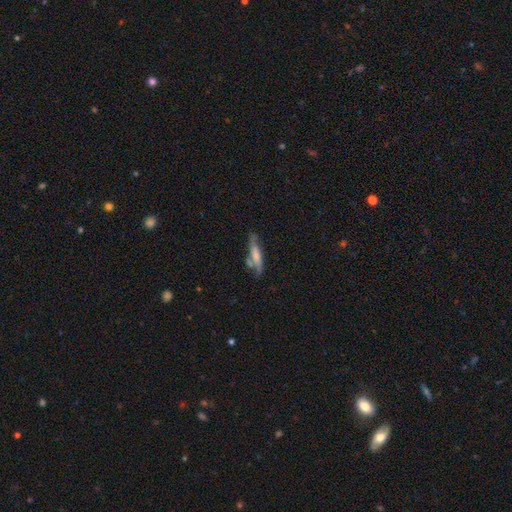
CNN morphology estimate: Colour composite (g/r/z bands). It shows a smooth galaxy with no disk features (48%). Merging: none (52%).